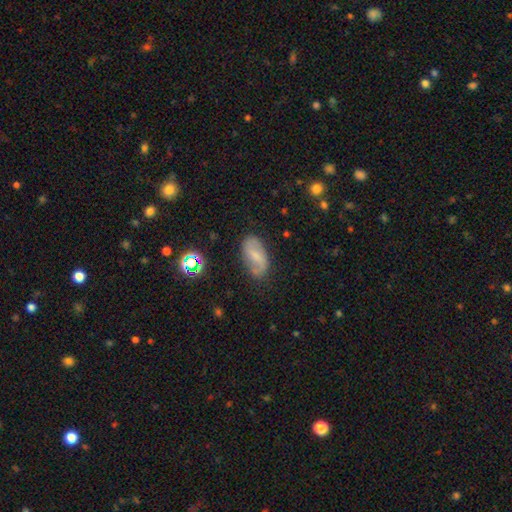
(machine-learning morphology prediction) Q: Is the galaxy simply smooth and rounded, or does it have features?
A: featured or disk — 48%.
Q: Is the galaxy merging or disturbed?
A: none — 74%.